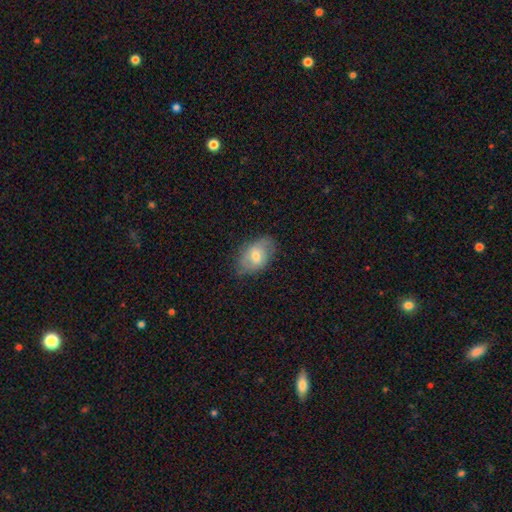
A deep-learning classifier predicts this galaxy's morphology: Smooth or featured? smooth (53%)
How rounded? in between (86%)
Merging? none (70%)